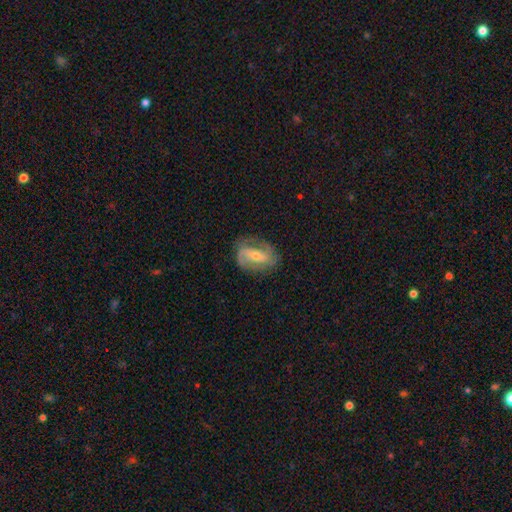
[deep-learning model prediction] A featured or disk galaxy (76%) with a weak bar (41%), 2 (72%) medium (44%) spiral arms (89%) and a small central bulge (48%).

Vote fractions:
- Smooth or featured? featured or disk: 76% / smooth: 18% / star or artifact: 6%
- Edge-on disk? no: 96% / yes: 4%
- Bar? weak: 41% / strong: 30% / no: 29%
- Spiral arms? yes: 89% / no: 11%
- Spiral winding? medium: 44% / tight: 29% / loose: 27%
- Spiral arm count? 2: 72% / can't tell: 12% / 1: 8% / 3: 5% / 4: 2% / more than 4: 1%
- Bulge size? small: 48% / moderate: 47% / large: 2% / none: 2% / dominant: 1%
- Merging? none: 68% / minor disturbance: 20% / major disturbance: 10% / merger: 1%